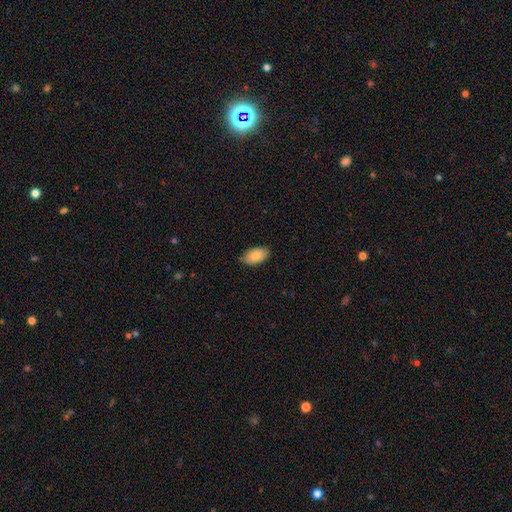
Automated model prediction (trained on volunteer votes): Smooth or featured? Predicted: smooth (p=0.86). How rounded? Predicted: in between (p=0.94). Merging? Predicted: none (p=0.79).